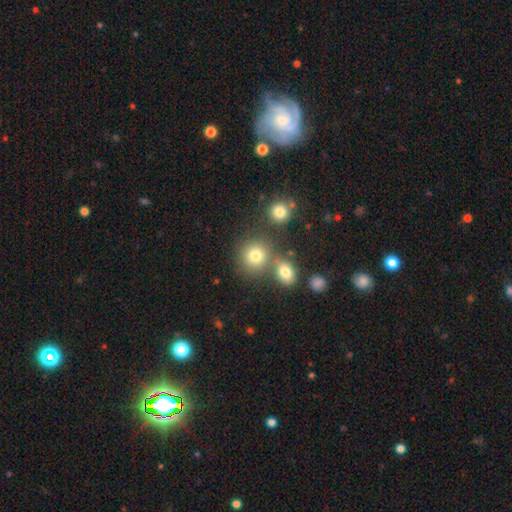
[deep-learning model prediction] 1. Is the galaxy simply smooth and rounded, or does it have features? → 78% smooth, 14% star or artifact, 8% featured or disk.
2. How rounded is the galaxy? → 86% round, 13% in between, 1% cigar-shaped.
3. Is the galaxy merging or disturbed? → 67% none, 21% merger, 8% minor disturbance, 4% major disturbance.